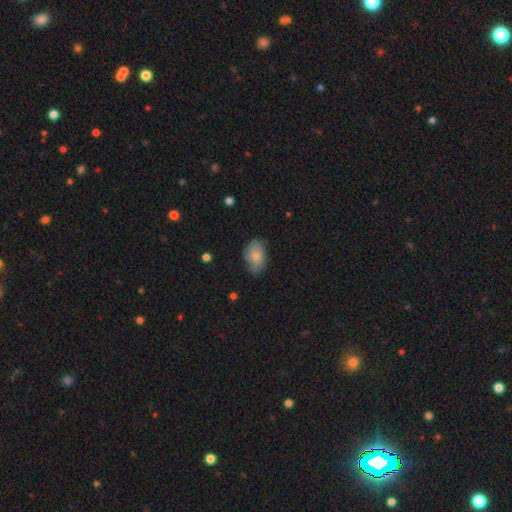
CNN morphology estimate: Smooth or featured: smooth — 75% (featured or disk — 18%)
How rounded: in between — 87% (round — 11%)
Merging: none — 64% (minor disturbance — 28%)